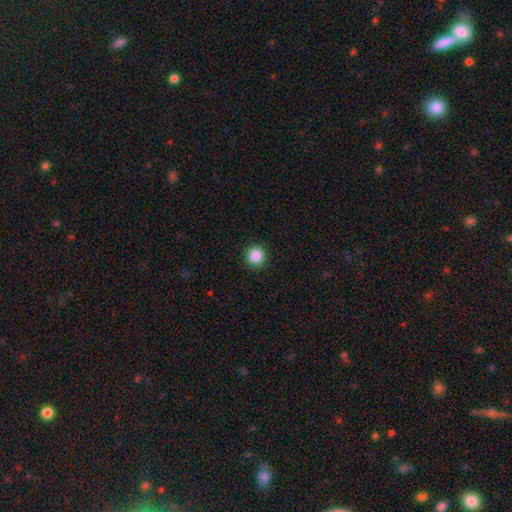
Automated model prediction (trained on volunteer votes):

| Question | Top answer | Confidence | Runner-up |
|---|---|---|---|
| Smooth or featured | smooth | 86% | star or artifact (10%) |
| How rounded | round | 95% | in between (4%) |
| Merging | none | 92% | minor disturbance (5%) |